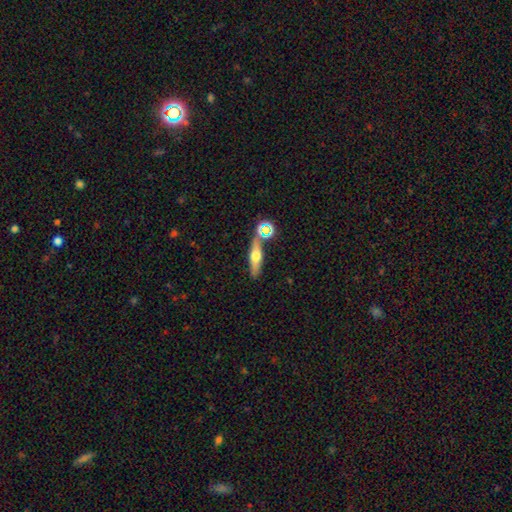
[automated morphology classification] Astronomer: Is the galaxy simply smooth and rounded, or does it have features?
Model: featured or disk — 51% (runner-up: smooth, 38%).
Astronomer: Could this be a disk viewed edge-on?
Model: yes — 89%.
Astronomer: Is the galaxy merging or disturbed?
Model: none — 74%.